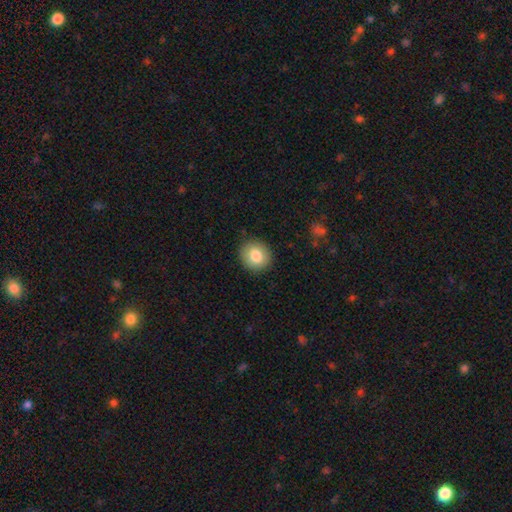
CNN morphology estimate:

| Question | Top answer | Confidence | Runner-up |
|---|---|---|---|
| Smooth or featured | smooth | 83% | featured or disk (9%) |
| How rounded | round | 84% | in between (15%) |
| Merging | none | 90% | minor disturbance (7%) |